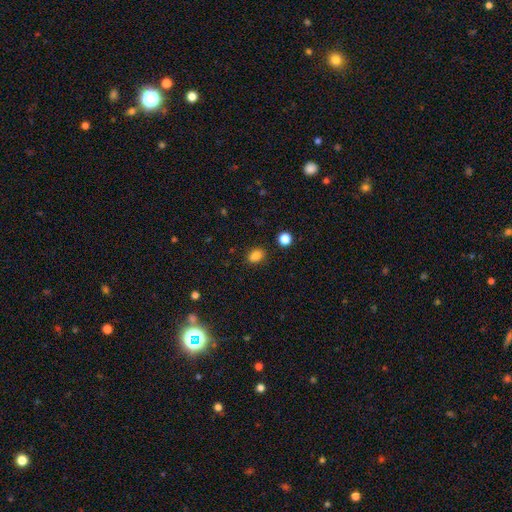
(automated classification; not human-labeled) Smooth or featured?
  - smooth: 83% *
  - star or artifact: 12%
  - featured or disk: 5%
How rounded?
  - in between: 67% *
  - round: 32%
  - cigar-shaped: 1%
Merging?
  - none: 84% *
  - minor disturbance: 10%
  - merger: 3%
  - major disturbance: 3%